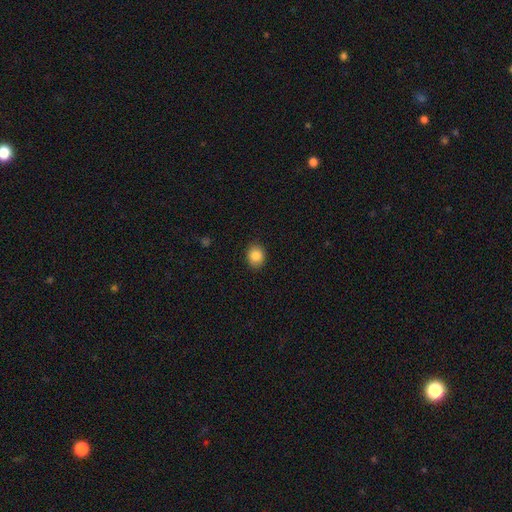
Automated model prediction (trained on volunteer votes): Morphology: type=smooth (86%); roundness=round (59%); merging=none (89%).